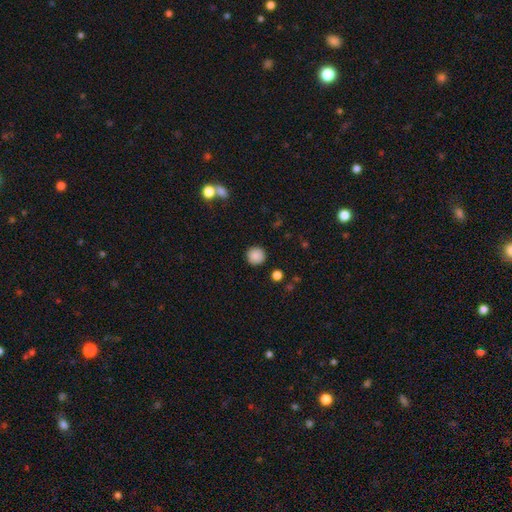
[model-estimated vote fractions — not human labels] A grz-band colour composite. It shows a smooth galaxy with no disk features (87%) that is round (94%). Merging: none (90%).